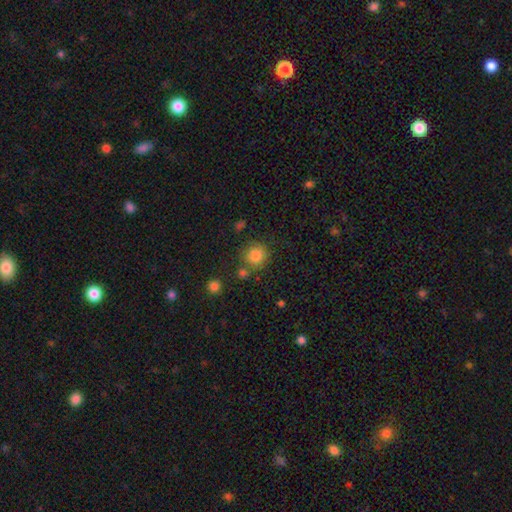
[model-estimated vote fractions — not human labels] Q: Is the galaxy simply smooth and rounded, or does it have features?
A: smooth — 82%.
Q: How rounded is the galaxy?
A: round — 91%.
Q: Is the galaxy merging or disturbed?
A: none — 75%.